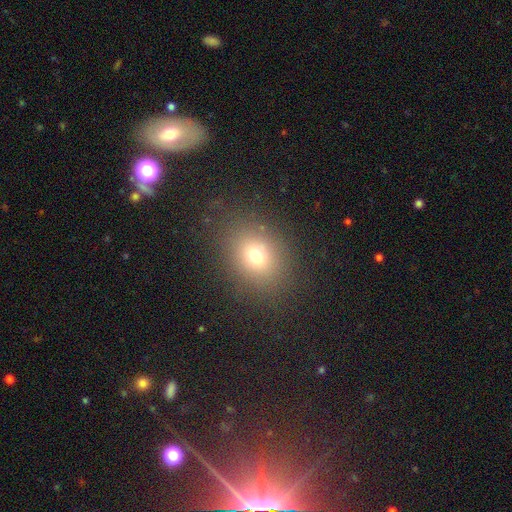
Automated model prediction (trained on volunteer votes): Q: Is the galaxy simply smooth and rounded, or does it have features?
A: smooth — 72%.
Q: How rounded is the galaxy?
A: in between — 50%.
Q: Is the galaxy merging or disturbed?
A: none — 83%.